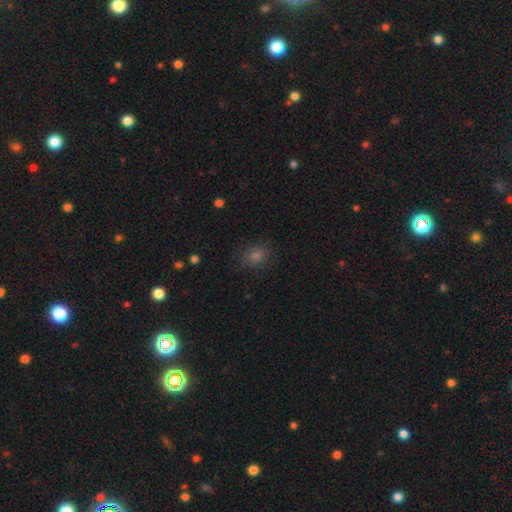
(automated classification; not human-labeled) The model was most divided on "how rounded": round: 65%, in between: 34%, cigar-shaped: 1%. More confident: merging — none (84%); smooth or featured — smooth (69%).